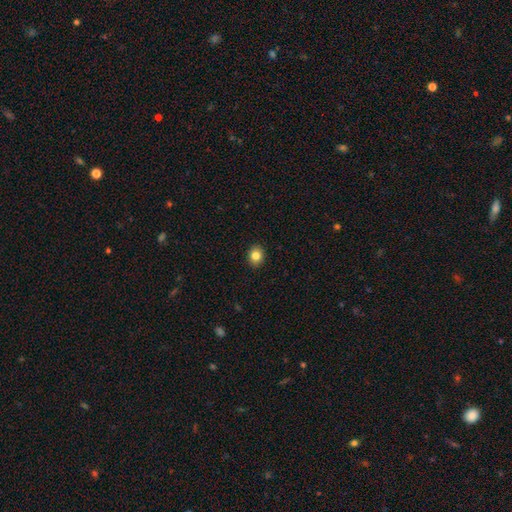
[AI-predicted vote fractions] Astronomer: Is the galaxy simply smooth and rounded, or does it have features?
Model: smooth — 84%.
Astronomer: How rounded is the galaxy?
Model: round — 65%.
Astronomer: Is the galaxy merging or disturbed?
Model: none — 92%.